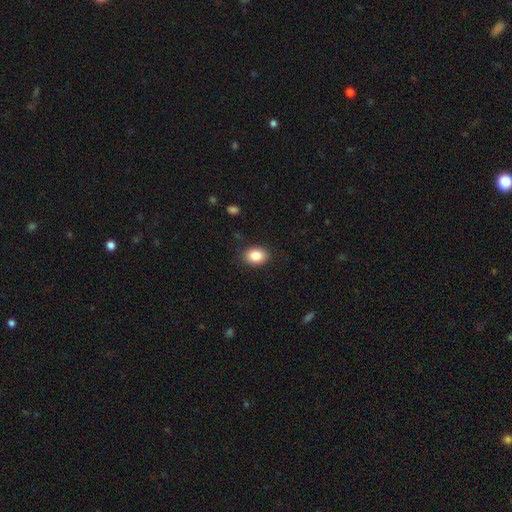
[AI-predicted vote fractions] Smooth or featured? Predicted: smooth (p=0.86). How rounded? Predicted: in between (p=0.73). Merging? Predicted: none (p=0.87).